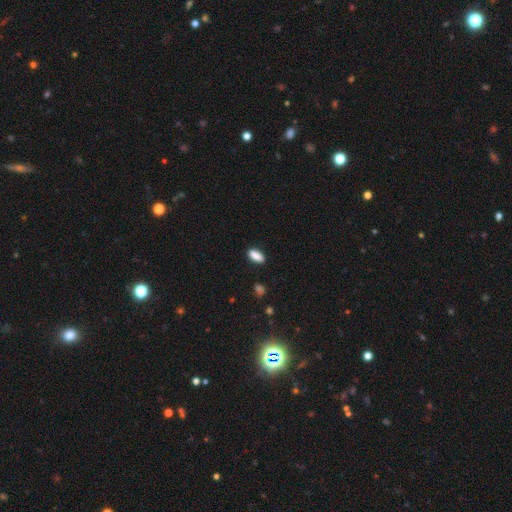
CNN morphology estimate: This is clearly a smooth galaxy (88%). How rounded: likely in between (79%). Merging: clearly none (85%).